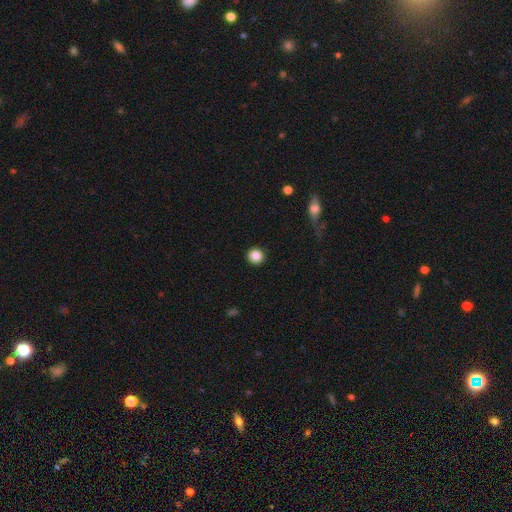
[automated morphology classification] smooth-or-featured: smooth: 86% | star or artifact: 10% | featured or disk: 4%
  how-rounded: round: 94% | in between: 5% | cigar-shaped: 1%
  merging: none: 93% | minor disturbance: 4% | major disturbance: 2% | merger: 1%